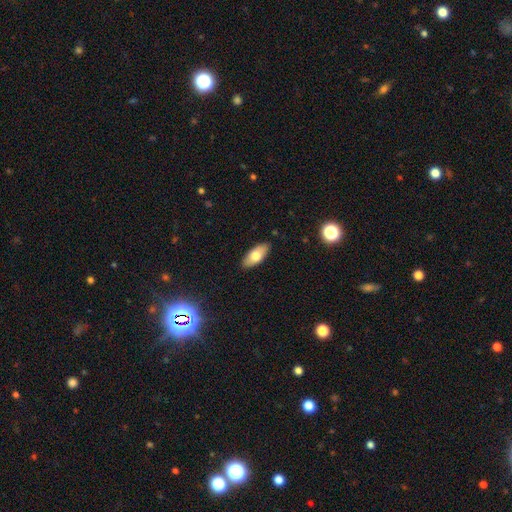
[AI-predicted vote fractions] Smooth or featured? smooth (72%)
How rounded? in between (85%)
Merging? none (88%)